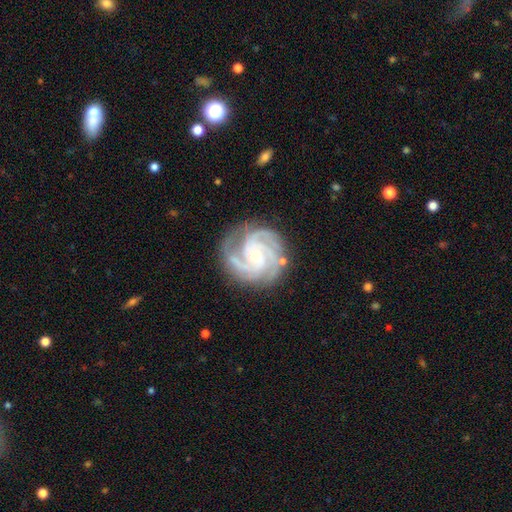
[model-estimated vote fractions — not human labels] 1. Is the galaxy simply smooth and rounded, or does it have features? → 92% featured or disk, 5% star or artifact, 3% smooth.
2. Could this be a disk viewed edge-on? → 98% no, 2% yes.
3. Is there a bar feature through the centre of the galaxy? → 64% no, 27% weak, 9% strong.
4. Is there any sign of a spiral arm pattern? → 99% yes, 1% no.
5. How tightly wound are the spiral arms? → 69% tight, 28% medium, 2% loose.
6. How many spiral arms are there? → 45% 3, 33% 4, 7% 2, 6% can't tell, 5% more than 4, 4% 1.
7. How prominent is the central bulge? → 63% small, 34% moderate, 1% large, 1% none, 1% dominant.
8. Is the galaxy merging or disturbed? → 81% none, 14% minor disturbance, 4% major disturbance, 2% merger.